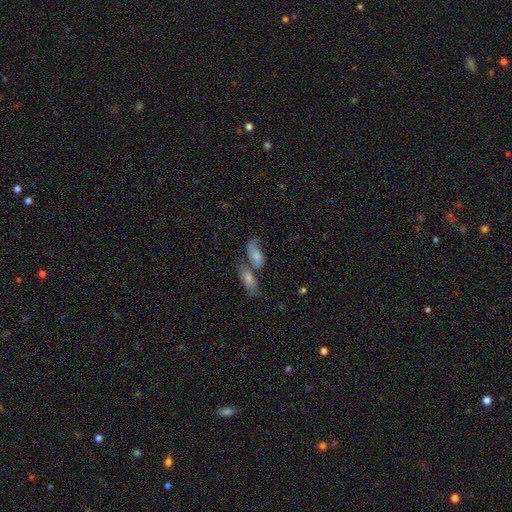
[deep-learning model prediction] This appears to be a featured or disk galaxy (57%) with no bar (67%), spiral arms (78%) and a moderate central bulge (52%). Merging: merger (52%).